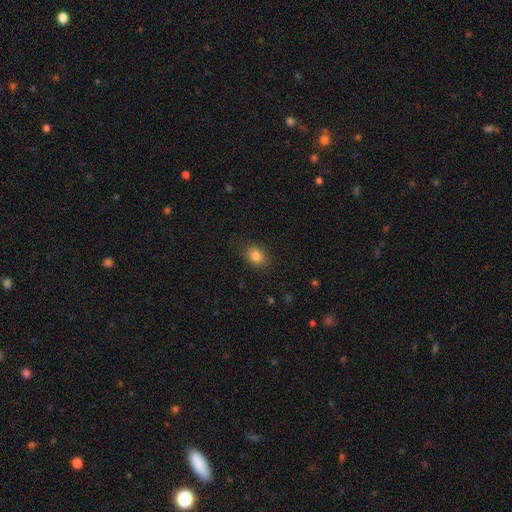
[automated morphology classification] A smooth galaxy with no disk features (82%) that is in between round and cigar-shaped (53%). Merging: none (84%).